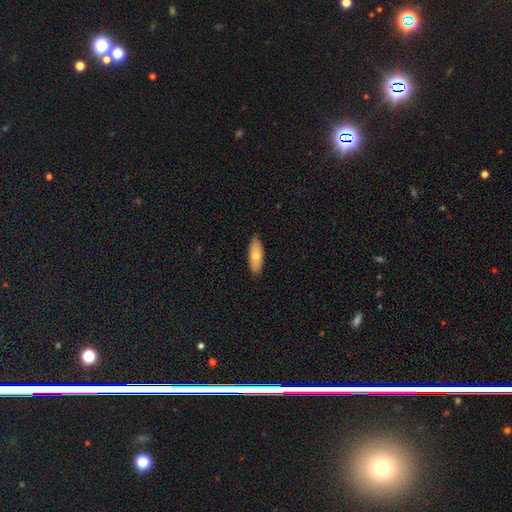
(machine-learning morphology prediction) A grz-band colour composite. It shows a smooth galaxy with no disk features (67%) that is in between round and cigar-shaped (69%). Merging: none (87%).